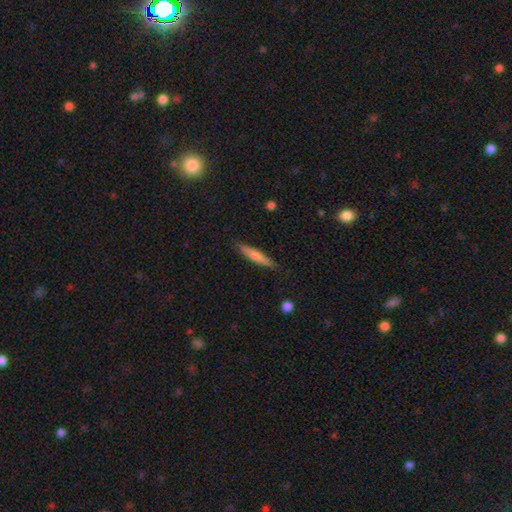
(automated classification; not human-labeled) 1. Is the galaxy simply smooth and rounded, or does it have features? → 72% smooth, 22% featured or disk, 6% star or artifact.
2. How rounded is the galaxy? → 87% cigar-shaped, 11% in between, 1% round.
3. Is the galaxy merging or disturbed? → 85% none, 11% minor disturbance, 2% major disturbance, 1% merger.